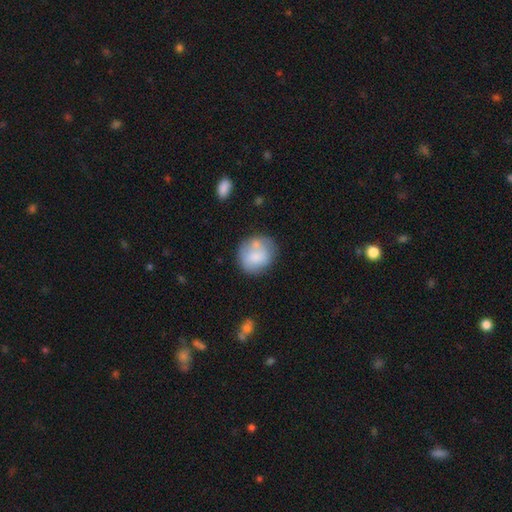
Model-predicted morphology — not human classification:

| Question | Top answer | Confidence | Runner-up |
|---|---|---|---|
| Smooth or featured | smooth | 72% | featured or disk (21%) |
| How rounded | round | 82% | in between (17%) |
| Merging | none | 55% | minor disturbance (22%) |